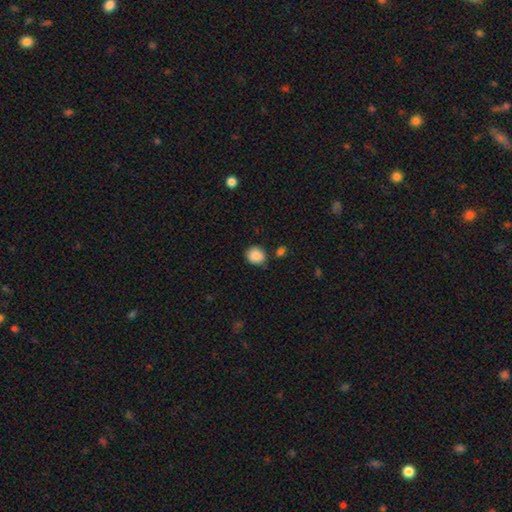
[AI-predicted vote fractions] Smooth or featured: smooth — 88% (star or artifact — 8%)
How rounded: round — 72% (in between — 28%)
Merging: none — 77% (minor disturbance — 15%)